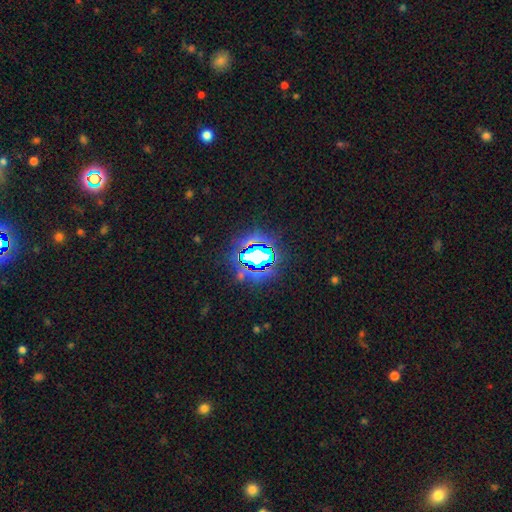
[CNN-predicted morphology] star or artifact 74%, smooth 15%, featured or disk 11%.